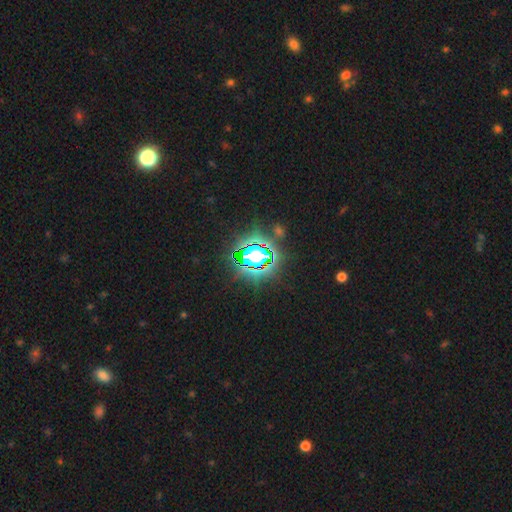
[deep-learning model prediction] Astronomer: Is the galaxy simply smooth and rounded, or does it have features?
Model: star or artifact — 81%.